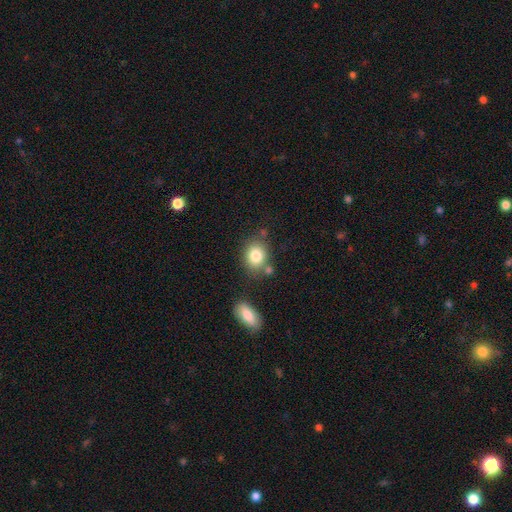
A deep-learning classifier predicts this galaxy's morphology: smooth_or_featured: smooth (p=0.82) [alt: star or artifact p=0.09]
how_rounded: round (p=0.53) [alt: in between p=0.45]
merging: none (p=0.68) [alt: merger p=0.14]